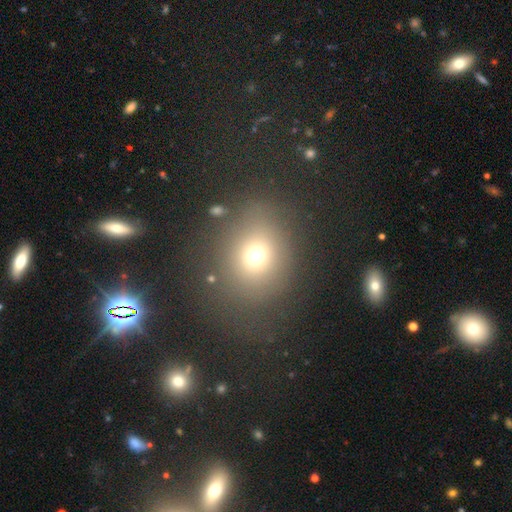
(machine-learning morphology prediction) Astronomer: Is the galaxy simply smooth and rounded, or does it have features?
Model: smooth — 70%.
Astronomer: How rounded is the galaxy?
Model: round — 66%.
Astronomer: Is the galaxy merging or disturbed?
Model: none — 75%.